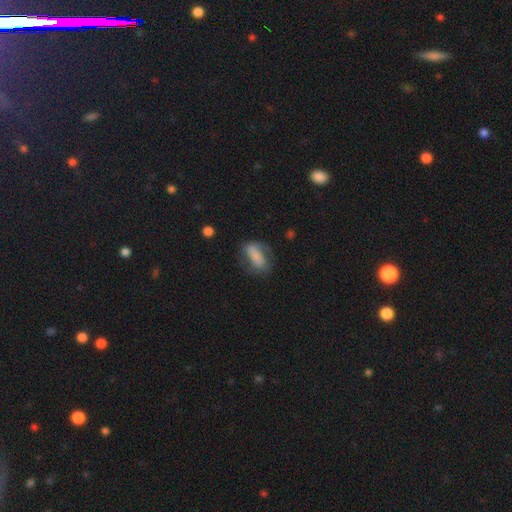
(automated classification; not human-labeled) Morphology: type=smooth (64%); roundness=in between (78%); merging=none (56%).